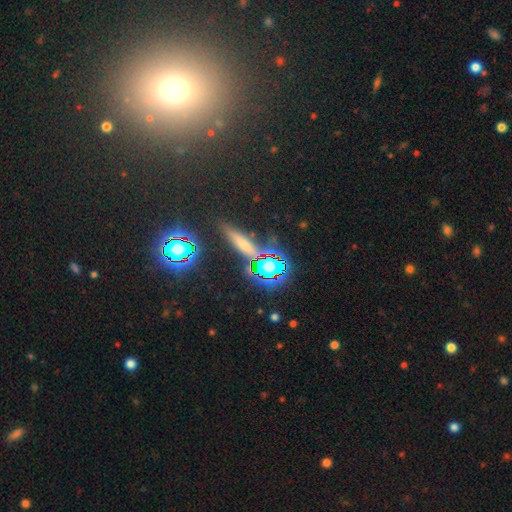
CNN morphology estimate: Smooth or featured? Predicted: star or artifact (p=0.64).